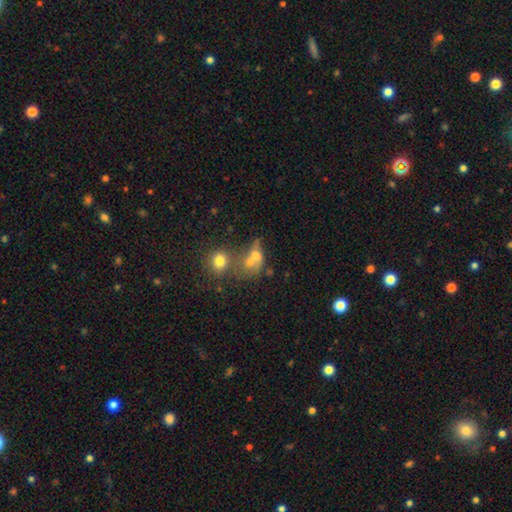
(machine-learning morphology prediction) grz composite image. It shows a smooth galaxy with no disk features (47%). Merging: merger (50%).